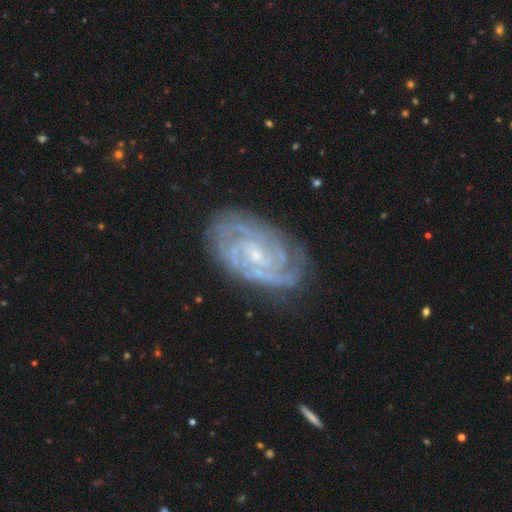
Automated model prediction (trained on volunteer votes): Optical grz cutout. It shows a featured or disk galaxy (88%) with no bar (52%), 2 (30%) tight (72%) spiral arms (97%) and a small central bulge (77%). Merging: none (79%).